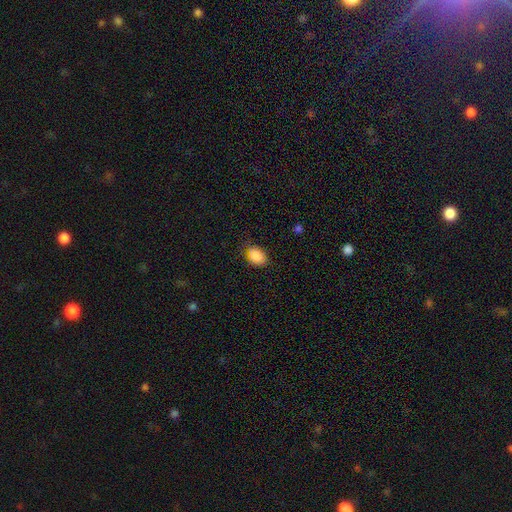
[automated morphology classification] This is clearly a smooth galaxy (88%). How rounded: likely in between (78%). Merging: likely none (76%).